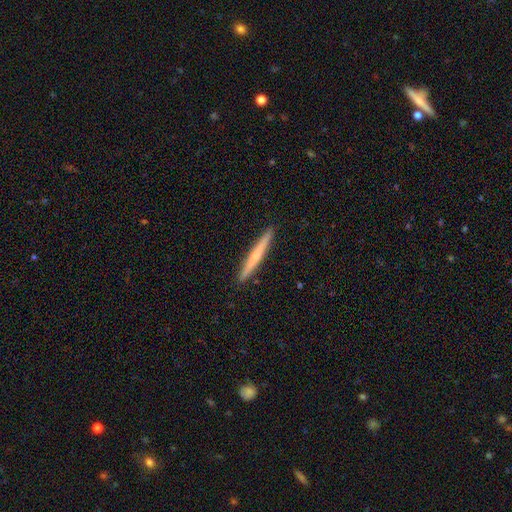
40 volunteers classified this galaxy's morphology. Smooth or featured: smooth — 60% (featured or disk — 40%)
How rounded: cigar-shaped — 96% (in between — 4%)
Merging: none — 88% (minor disturbance — 10%)